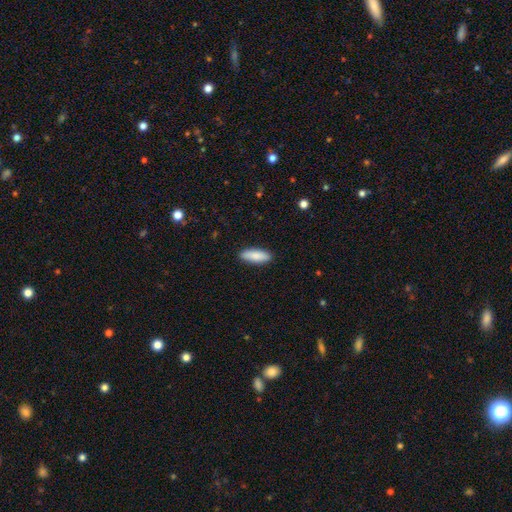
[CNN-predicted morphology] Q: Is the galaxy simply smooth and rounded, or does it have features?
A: smooth — 86%.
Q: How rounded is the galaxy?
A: in between — 63%.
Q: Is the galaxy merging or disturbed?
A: none — 89%.